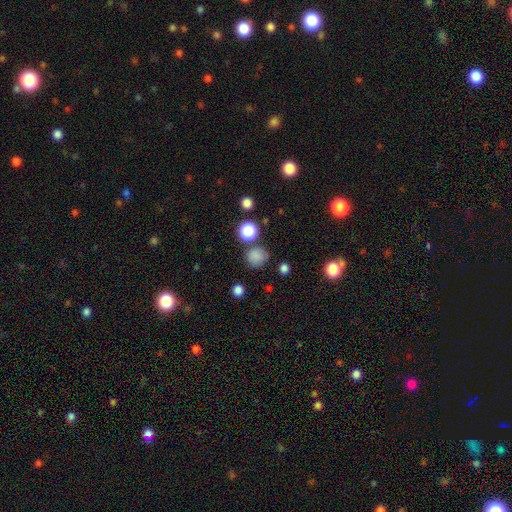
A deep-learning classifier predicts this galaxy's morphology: Overall: smooth (81%). How rounded: round (85%). Merging: none (74%).